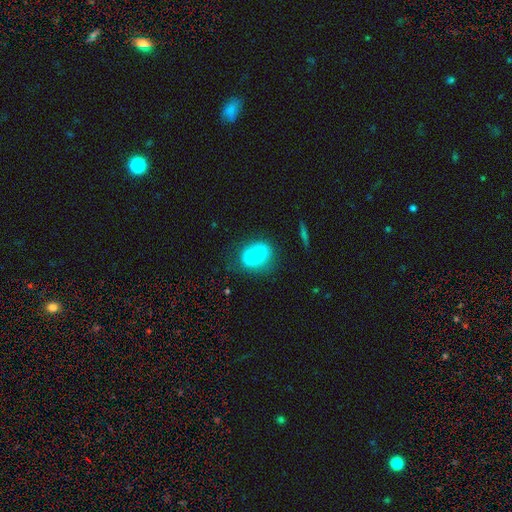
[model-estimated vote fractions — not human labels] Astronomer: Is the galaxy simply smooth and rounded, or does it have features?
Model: smooth — 59%.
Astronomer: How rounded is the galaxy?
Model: in between — 50% (runner-up: round, 47%).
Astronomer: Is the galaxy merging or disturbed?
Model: none — 47% (runner-up: minor disturbance, 24%).